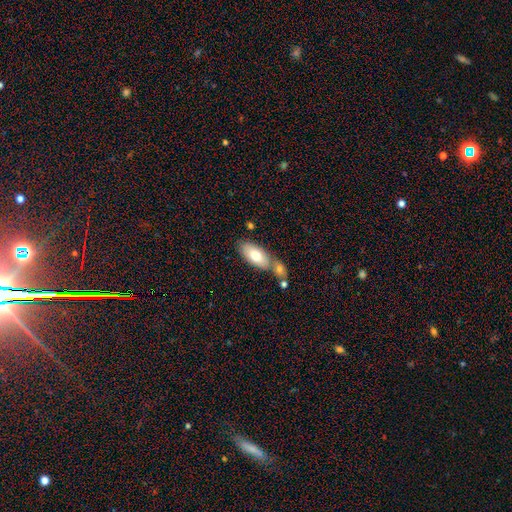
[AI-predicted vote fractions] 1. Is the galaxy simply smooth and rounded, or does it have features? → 74% smooth, 20% featured or disk, 6% star or artifact.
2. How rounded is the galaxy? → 88% in between, 9% cigar-shaped, 3% round.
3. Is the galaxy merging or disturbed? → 47% none, 37% merger, 13% minor disturbance, 4% major disturbance.